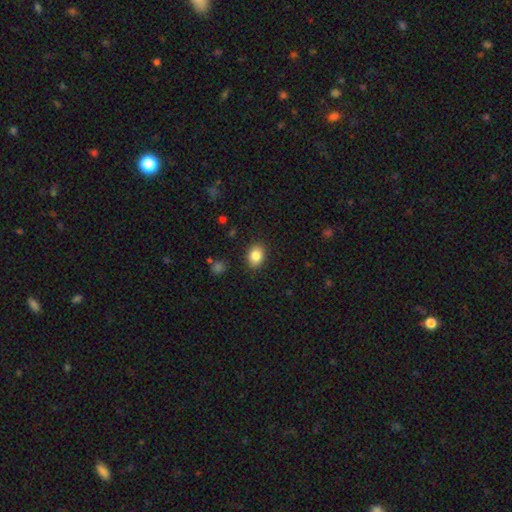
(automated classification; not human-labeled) Smooth or featured? smooth (85%)
How rounded? in between (62%)
Merging? none (88%)